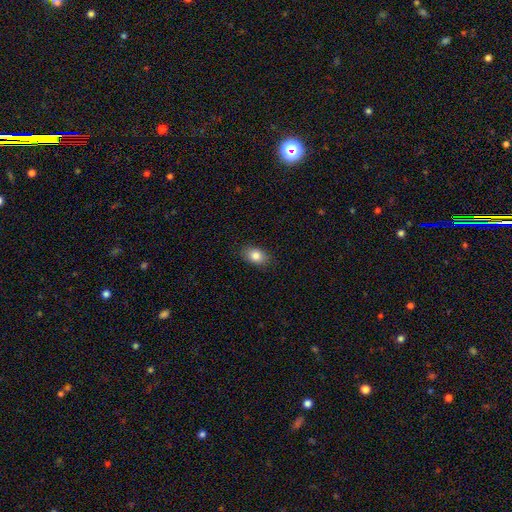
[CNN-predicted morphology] Smooth or featured?
  - smooth: 84% *
  - star or artifact: 8%
  - featured or disk: 7%
How rounded?
  - in between: 82% *
  - round: 17%
  - cigar-shaped: 2%
Merging?
  - none: 86% *
  - minor disturbance: 11%
  - major disturbance: 2%
  - merger: 1%